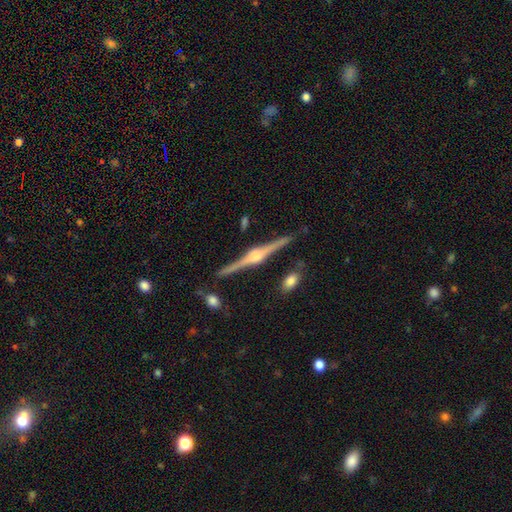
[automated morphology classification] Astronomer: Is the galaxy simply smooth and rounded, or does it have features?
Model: featured or disk — 89%.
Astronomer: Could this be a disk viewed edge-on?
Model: yes — 99%.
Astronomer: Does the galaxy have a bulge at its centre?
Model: rounded — 90%.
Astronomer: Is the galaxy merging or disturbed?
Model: none — 89%.